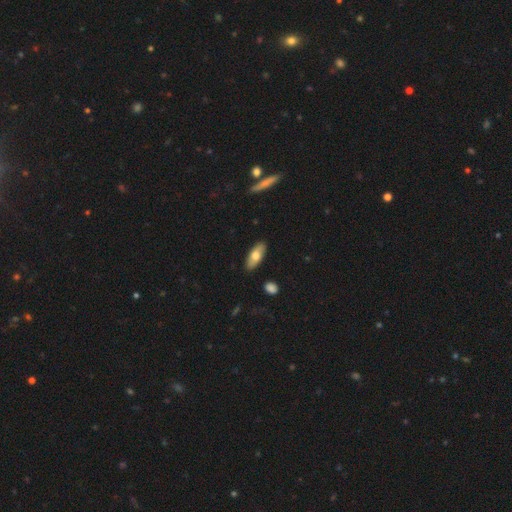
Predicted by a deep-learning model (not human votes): Smooth or featured: smooth — 69% (featured or disk — 25%)
How rounded: in between — 78% (cigar-shaped — 20%)
Merging: none — 87% (minor disturbance — 9%)